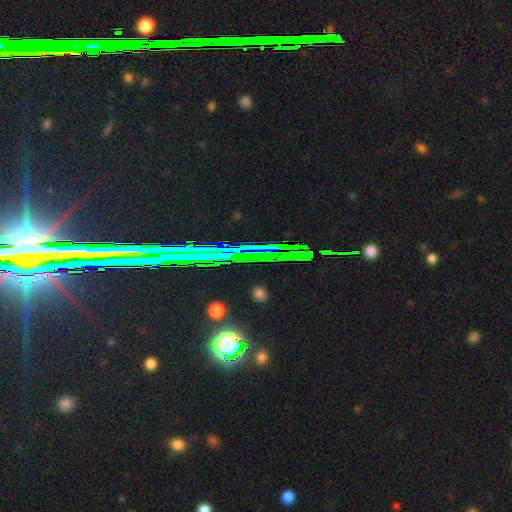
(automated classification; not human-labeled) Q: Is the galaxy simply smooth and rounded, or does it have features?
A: star or artifact — 74%.